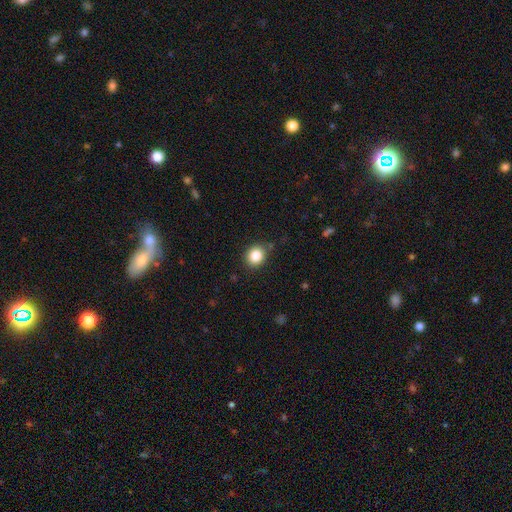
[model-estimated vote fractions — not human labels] This is clearly a smooth galaxy (85%). How rounded: likely round (71%). Merging: clearly none (84%).